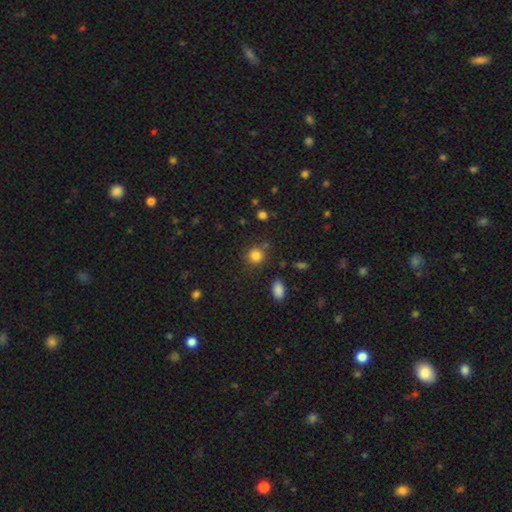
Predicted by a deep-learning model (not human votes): This is clearly a smooth galaxy (83%). How rounded: clearly round (86%). Merging: likely none (77%).